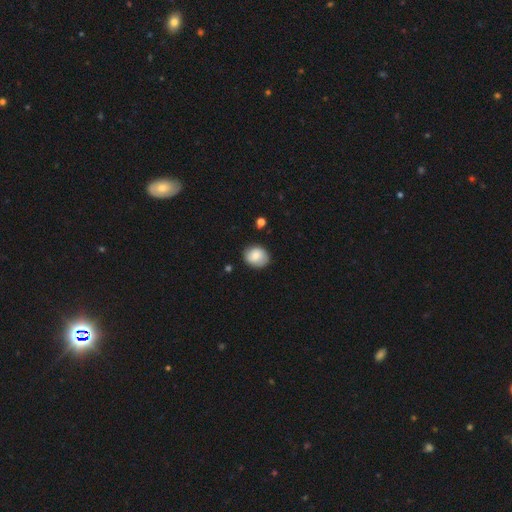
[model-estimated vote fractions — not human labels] This is likely a smooth galaxy (75%). How rounded: likely round (66%). Merging: likely none (79%).